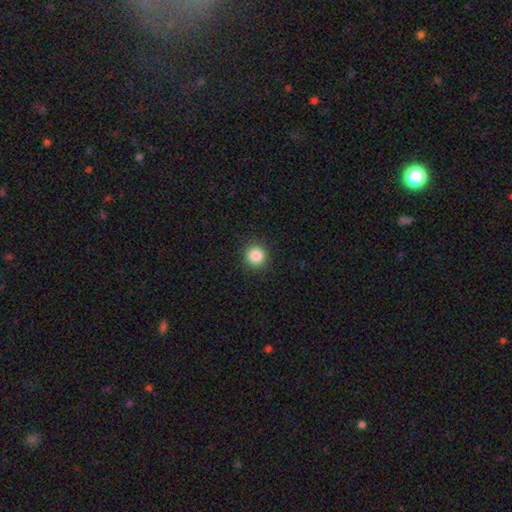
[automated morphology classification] This appears to be a smooth galaxy with no disk features (86%) that is round (94%). Merging: none (92%).